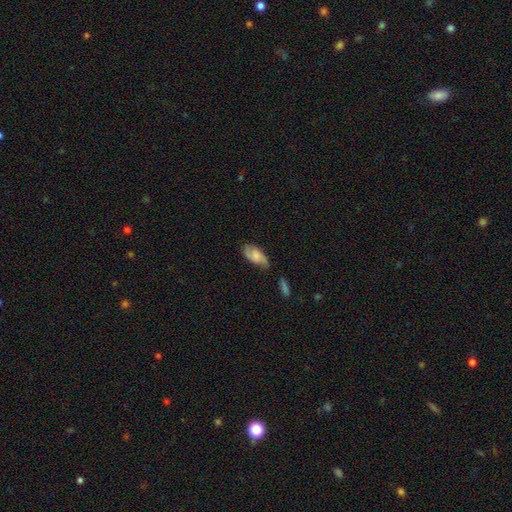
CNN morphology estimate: Smooth or featured? smooth (51%)
How rounded? in between (90%)
Merging? none (58%)